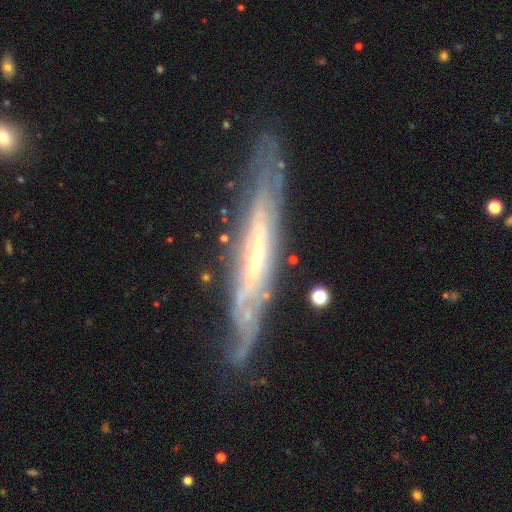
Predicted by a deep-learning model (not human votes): Overall: featured or disk (79%). Edge-on disk: yes (63%; no 37%). Merging: none (71%).